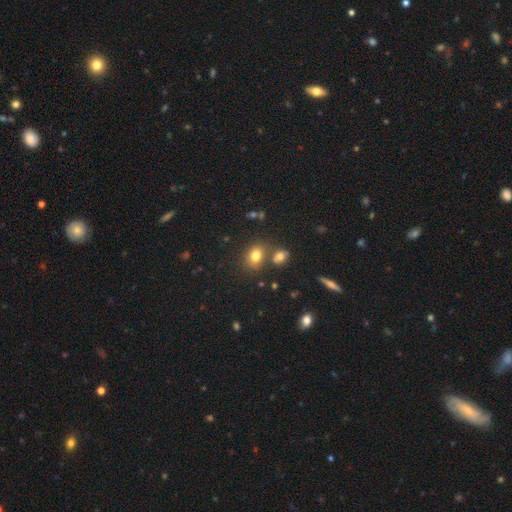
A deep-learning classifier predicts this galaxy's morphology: Smooth or featured? smooth (77%)
How rounded? in between (58%)
Merging? none (66%)